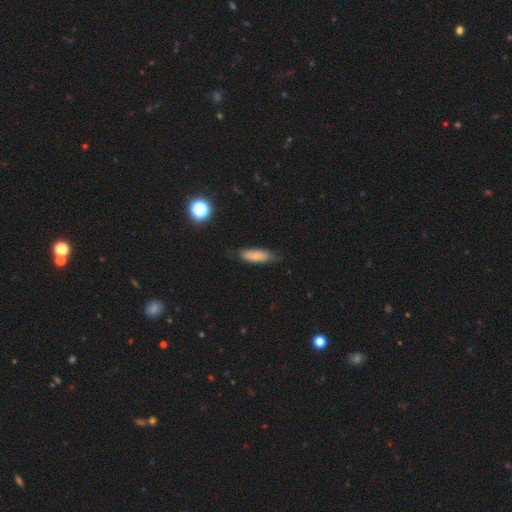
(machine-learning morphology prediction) Overall: smooth (83%). How rounded: in between (59%; cigar-shaped 39%). Merging: none (72%).